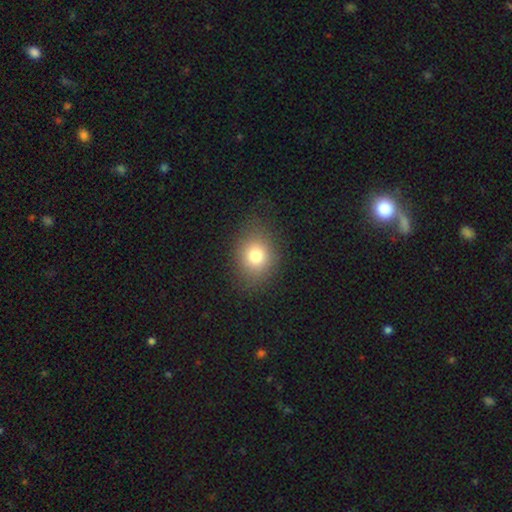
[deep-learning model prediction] Smooth or featured? Predicted: smooth (p=0.78). How rounded? Predicted: round (p=0.57). Merging? Predicted: none (p=0.81).